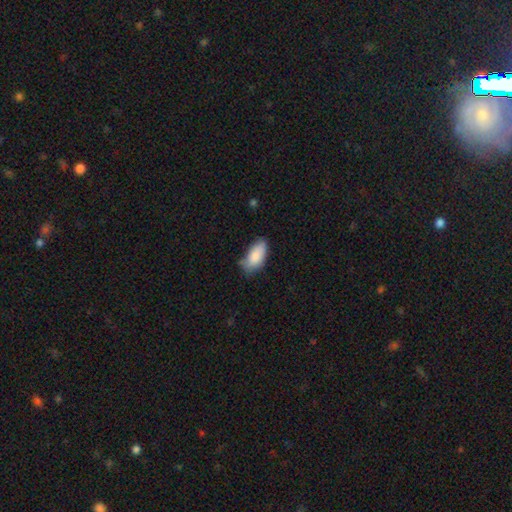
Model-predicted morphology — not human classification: Overall: smooth (85%). How rounded: in between (93%). Merging: none (59%; minor disturbance 33%).